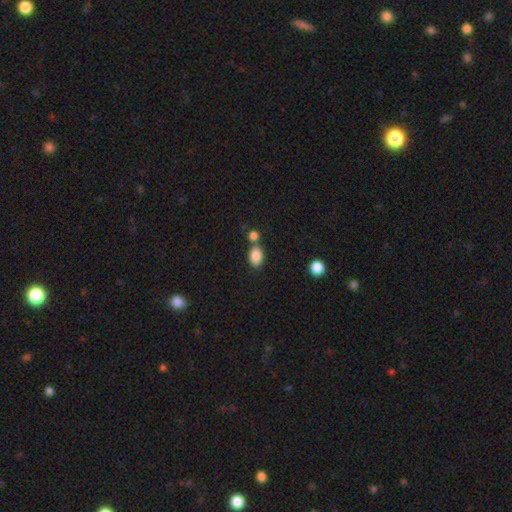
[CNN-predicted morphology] Smooth or featured? smooth (85%)
How rounded? in between (84%)
Merging? none (60%)